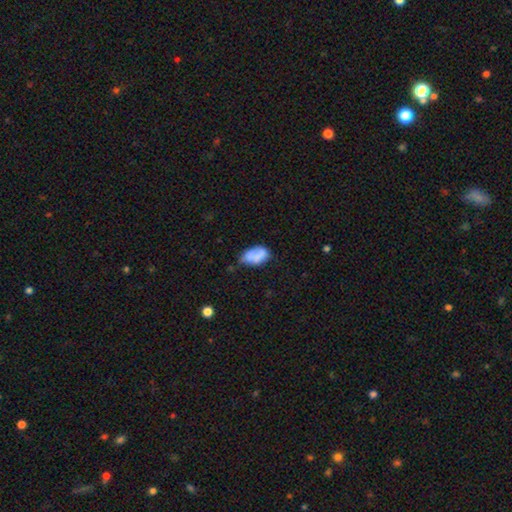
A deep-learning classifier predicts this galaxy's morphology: Overall: smooth (72%). How rounded: in between (91%). Merging: none (45%; minor disturbance 34%).